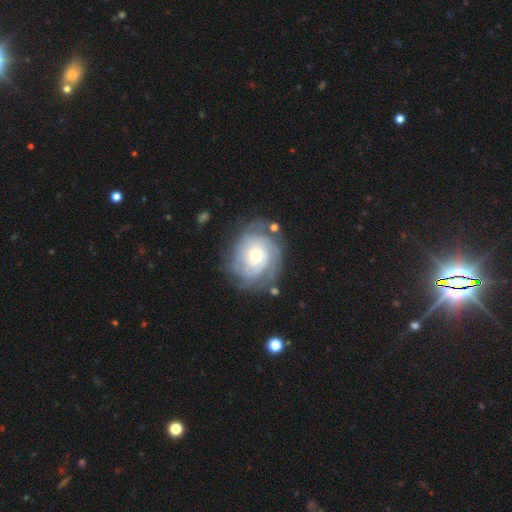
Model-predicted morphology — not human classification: Overall: featured or disk (78%). Edge-on disk: no (97%). Bar: no (79%). Spiral arms: yes (92%). Spiral arm count: can't tell (42%; 3 18%). Spiral winding: tight (72%). Bulge size: moderate (56%; small 28%). Merging: none (70%).